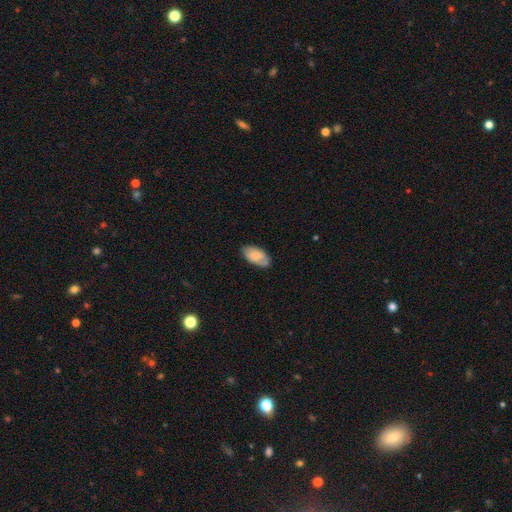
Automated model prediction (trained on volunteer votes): Smooth or featured?
  - smooth: 76% *
  - featured or disk: 17%
  - star or artifact: 7%
How rounded?
  - in between: 95% *
  - round: 3%
  - cigar-shaped: 3%
Merging?
  - none: 71% *
  - minor disturbance: 23%
  - major disturbance: 4%
  - merger: 2%